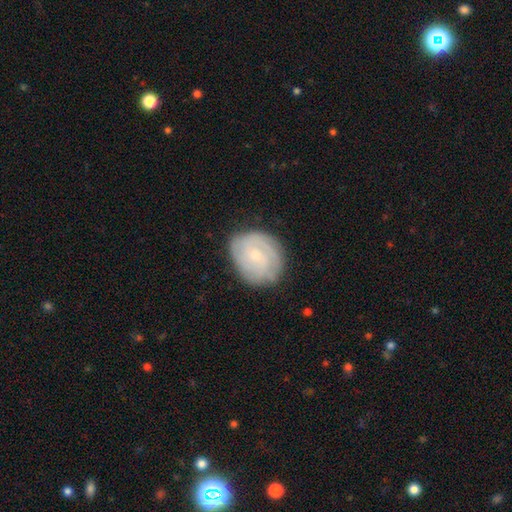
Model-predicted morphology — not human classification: smooth-or-featured: featured or disk: 64% | smooth: 29% | star or artifact: 7%
  disk-edge-on: no: 97% | yes: 3%
    bar: no: 72% | weak: 25% | strong: 4%
    has-spiral-arms: yes: 85% | no: 15%
      spiral-winding: tight: 66% | medium: 26% | loose: 8%
      spiral-arm-count: can't tell: 46% | 3: 18% | 2: 18% | 4: 9% | 1: 5% | more than 4: 5%
    bulge-size: small: 69% | moderate: 26% | none: 3% | large: 1% | dominant: 1%
  merging: none: 75% | minor disturbance: 19% | major disturbance: 5% | merger: 1%